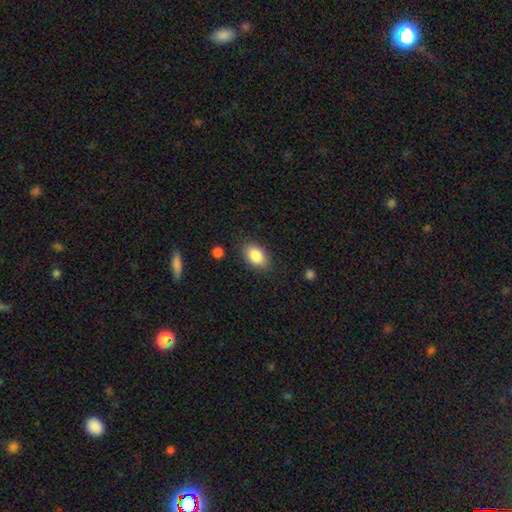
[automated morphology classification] This appears to be a smooth galaxy with no disk features (85%) that is in between round and cigar-shaped (88%). Merging: none (83%).